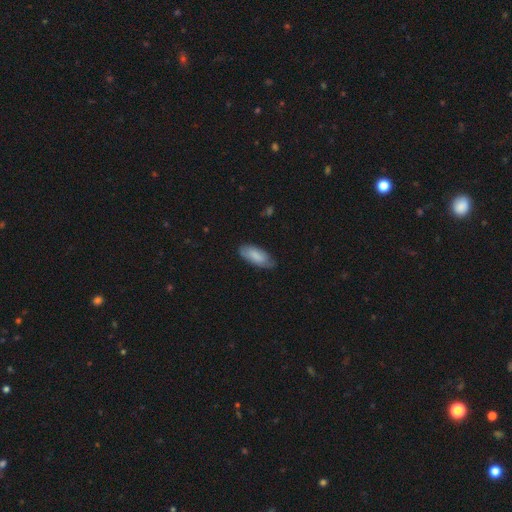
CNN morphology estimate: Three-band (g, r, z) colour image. It shows a smooth galaxy with no disk features (79%) that is in between round and cigar-shaped (85%). Merging: none (70%).